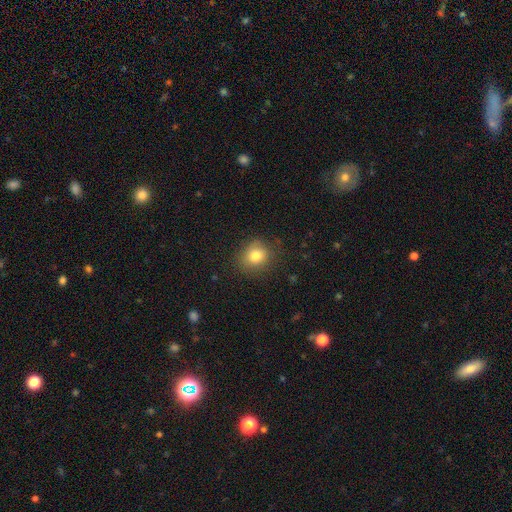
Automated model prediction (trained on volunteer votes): smooth-or-featured: smooth: 80% | star or artifact: 12% | featured or disk: 9%
  how-rounded: round: 76% | in between: 23% | cigar-shaped: 1%
  merging: none: 82% | minor disturbance: 13% | major disturbance: 4% | merger: 1%